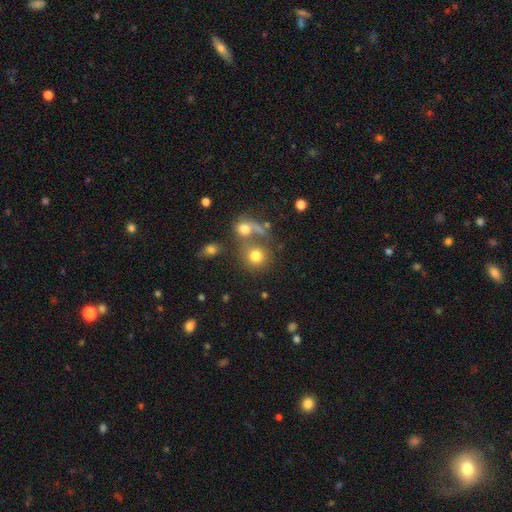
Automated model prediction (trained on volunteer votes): A smooth galaxy with no disk features (75%) that is round (86%).

Vote fractions:
- Smooth or featured? smooth: 75% / star or artifact: 13% / featured or disk: 12%
- How rounded? round: 86% / in between: 13% / cigar-shaped: 1%
- Merging? none: 48% / merger: 35% / minor disturbance: 9% / major disturbance: 8%